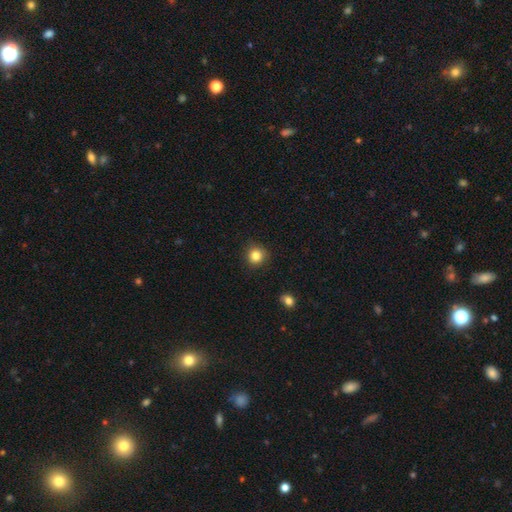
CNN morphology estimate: Smooth or featured? Predicted: smooth (p=0.83). How rounded? Predicted: round (p=0.92). Merging? Predicted: none (p=0.89).